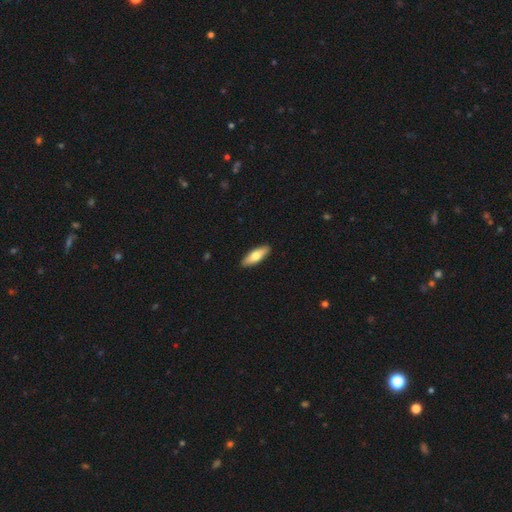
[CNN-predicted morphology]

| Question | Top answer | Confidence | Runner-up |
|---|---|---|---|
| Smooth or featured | smooth | 68% | featured or disk (27%) |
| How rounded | in between | 57% | cigar-shaped (41%) |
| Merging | none | 91% | minor disturbance (7%) |